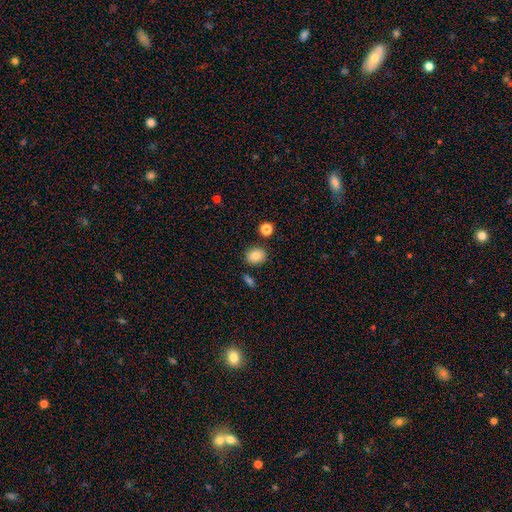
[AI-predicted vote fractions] Smooth or featured? smooth (84%)
How rounded? round (58%)
Merging? none (83%)